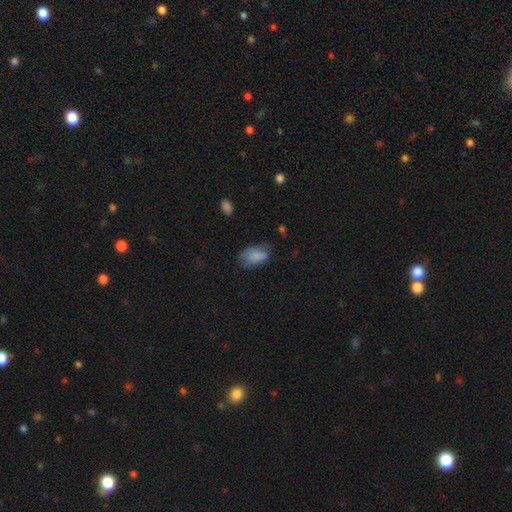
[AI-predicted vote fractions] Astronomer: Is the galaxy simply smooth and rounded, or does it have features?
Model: smooth — 79%.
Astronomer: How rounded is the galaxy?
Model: in between — 90%.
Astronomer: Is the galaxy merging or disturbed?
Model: none — 48% (runner-up: minor disturbance, 34%).